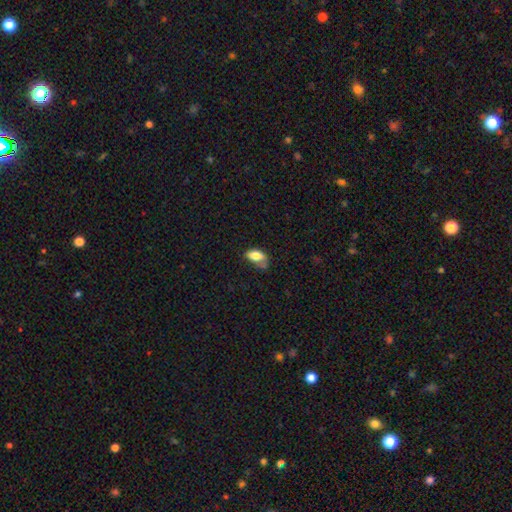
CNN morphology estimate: smooth 79%, featured or disk 13%, star or artifact 8%. Down the decision tree: how rounded — in between (90%); merging — minor disturbance (38%).